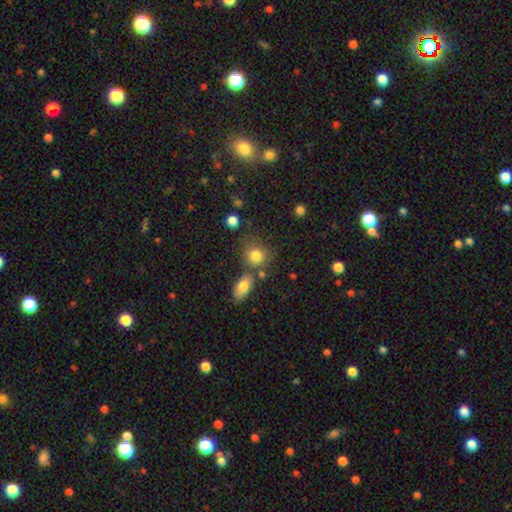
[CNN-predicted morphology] Smooth or featured? Predicted: smooth (p=0.82). How rounded? Predicted: round (p=0.70). Merging? Predicted: none (p=0.60).